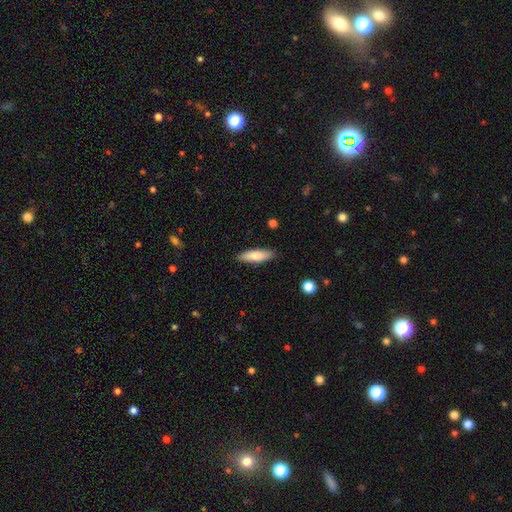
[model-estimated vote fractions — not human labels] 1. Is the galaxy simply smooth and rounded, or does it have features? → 79% smooth, 15% featured or disk, 6% star or artifact.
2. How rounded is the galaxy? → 56% cigar-shaped, 42% in between, 2% round.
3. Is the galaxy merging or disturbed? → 87% none, 10% minor disturbance, 2% major disturbance, 1% merger.